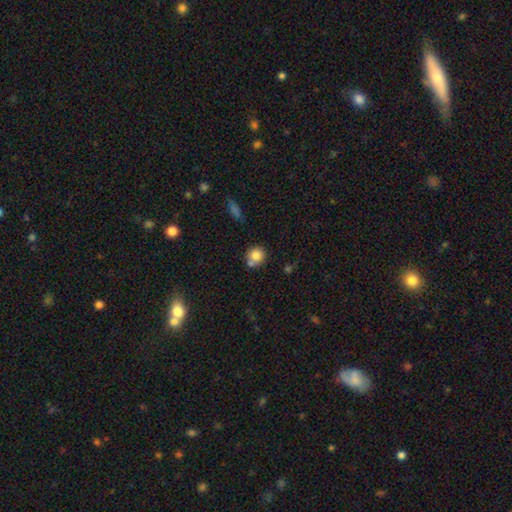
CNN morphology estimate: Smooth or featured: smooth — 81% (star or artifact — 10%)
How rounded: round — 87% (in between — 12%)
Merging: none — 59% (merger — 24%)